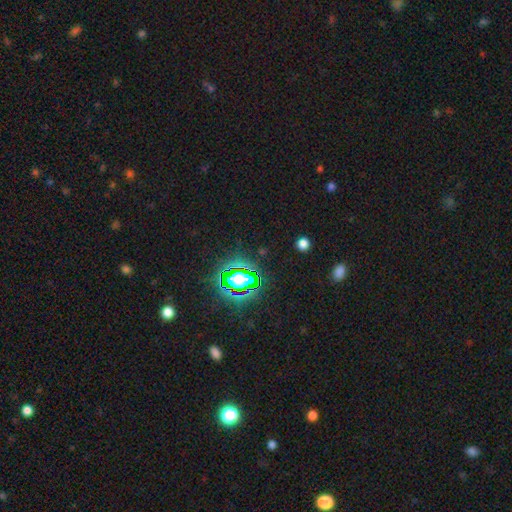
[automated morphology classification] The model was most divided on "smooth or featured": star or artifact: 78%, smooth: 15%, featured or disk: 8%.